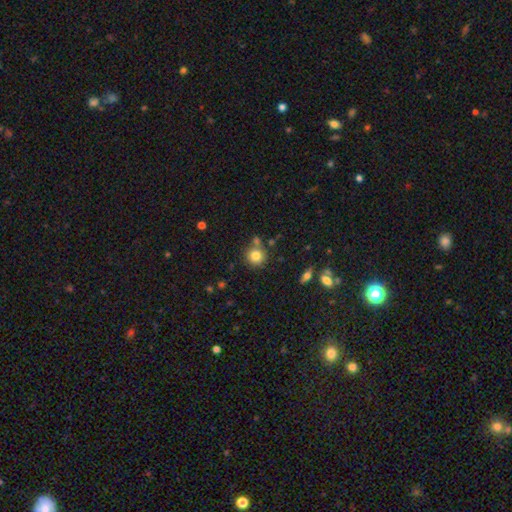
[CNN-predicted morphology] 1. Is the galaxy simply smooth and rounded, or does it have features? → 81% smooth, 11% star or artifact, 8% featured or disk.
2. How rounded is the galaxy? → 91% round, 8% in between, 1% cigar-shaped.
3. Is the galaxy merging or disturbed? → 72% none, 15% merger, 10% minor disturbance, 3% major disturbance.